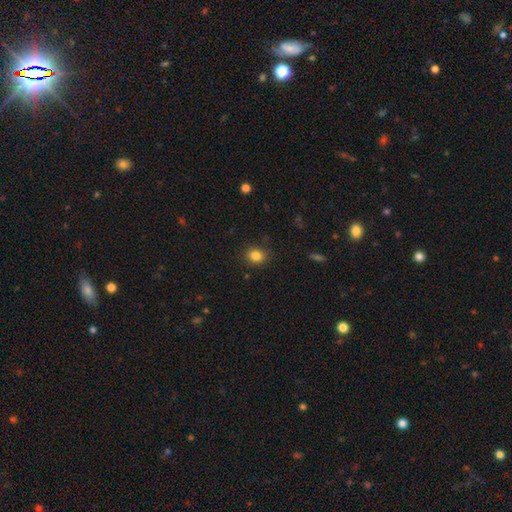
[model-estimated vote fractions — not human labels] smooth 84%, star or artifact 11%, featured or disk 5%. Down the decision tree: how rounded — round (69%); merging — none (87%).